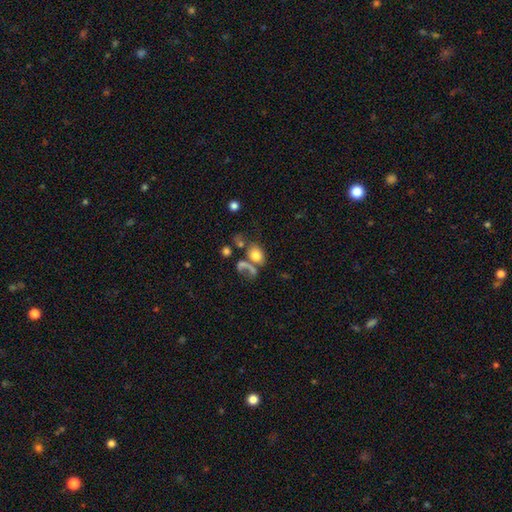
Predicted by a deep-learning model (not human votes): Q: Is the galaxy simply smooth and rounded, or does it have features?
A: smooth — 72%.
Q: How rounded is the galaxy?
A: in between — 65%.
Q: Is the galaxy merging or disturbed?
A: none — 35%.